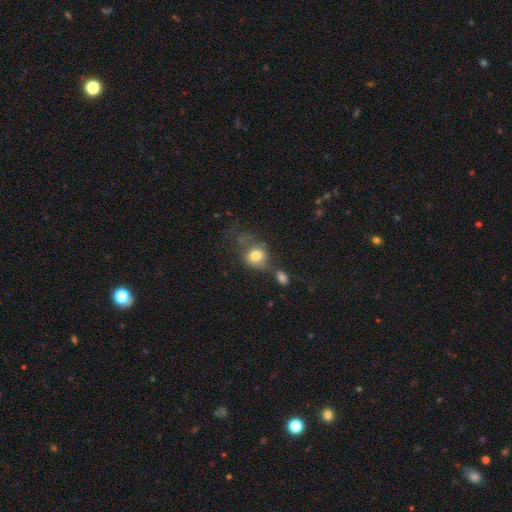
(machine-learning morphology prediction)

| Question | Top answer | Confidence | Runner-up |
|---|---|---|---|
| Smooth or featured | smooth | 74% | featured or disk (17%) |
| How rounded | round | 53% | in between (45%) |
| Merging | none | 36% | minor disturbance (22%) |